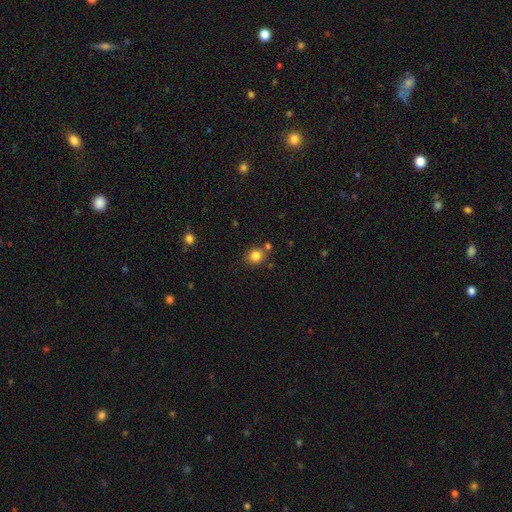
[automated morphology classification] This is clearly a smooth galaxy (83%). How rounded: clearly round (80%). Merging: likely none (78%).